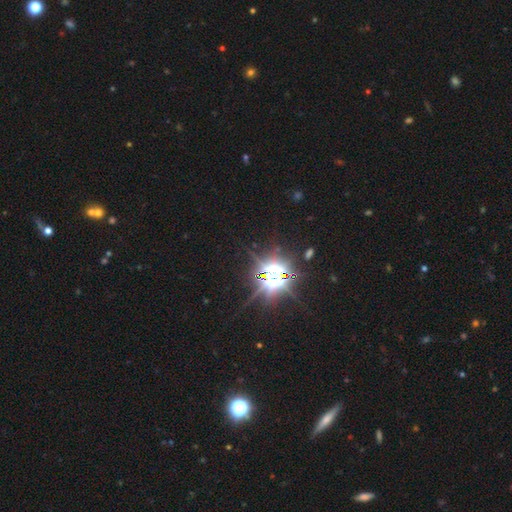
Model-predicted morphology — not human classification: smooth-or-featured: star or artifact: 85% | smooth: 9% | featured or disk: 6%